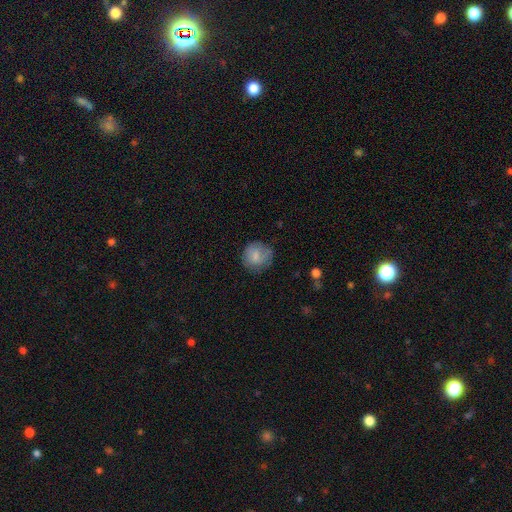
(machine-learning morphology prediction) A smooth galaxy with no disk features (79%) that is round (87%).

Vote fractions:
- Smooth or featured? smooth: 79% / featured or disk: 13% / star or artifact: 8%
- How rounded? round: 87% / in between: 12% / cigar-shaped: 1%
- Merging? none: 71% / minor disturbance: 21% / major disturbance: 7% / merger: 2%